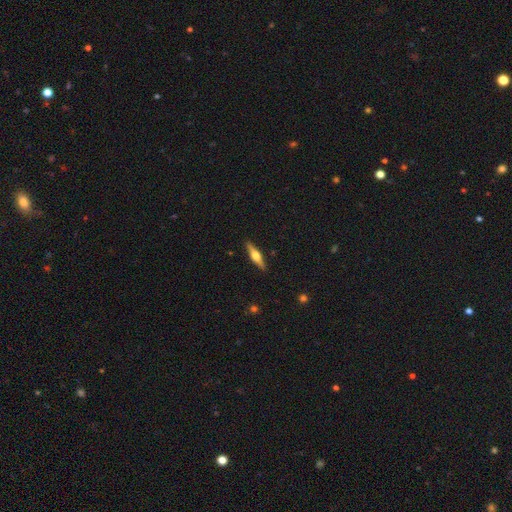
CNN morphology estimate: smooth_or_featured: featured or disk (p=0.64) [alt: smooth p=0.31]
disk_edge_on: yes (p=0.97) [alt: no p=0.03]
edge_on_bulge: rounded (p=0.93) [alt: boxy p=0.05]
merging: none (p=0.91) [alt: minor disturbance p=0.07]